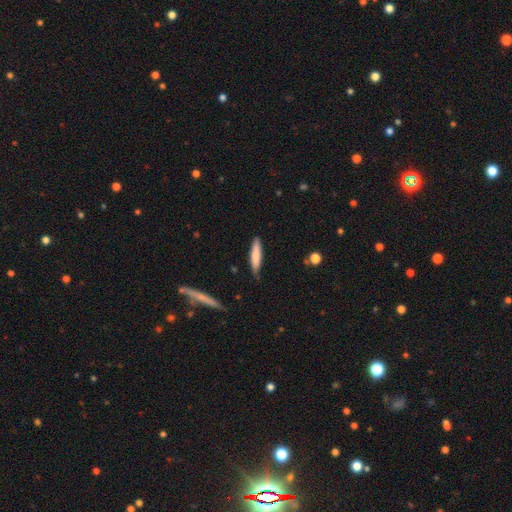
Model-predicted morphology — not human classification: Smooth or featured?
  - smooth: 76% *
  - featured or disk: 19%
  - star or artifact: 6%
How rounded?
  - cigar-shaped: 83% *
  - in between: 15%
  - round: 1%
Merging?
  - none: 81% *
  - minor disturbance: 15%
  - major disturbance: 2%
  - merger: 2%